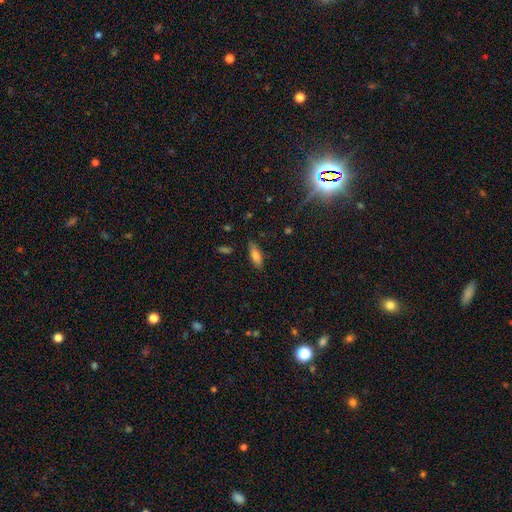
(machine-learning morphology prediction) smooth_or_featured: smooth (p=0.76) [alt: featured or disk p=0.16]
how_rounded: in between (p=0.67) [alt: cigar-shaped p=0.31]
merging: none (p=0.82) [alt: minor disturbance p=0.14]